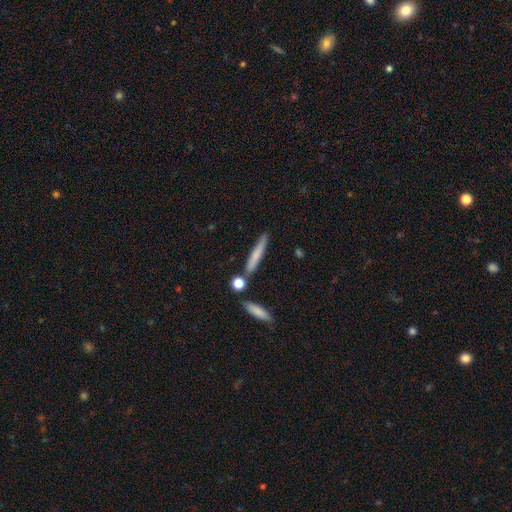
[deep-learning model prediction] Morphology: type=smooth (68%); roundness=cigar-shaped (92%); merging=none (79%).